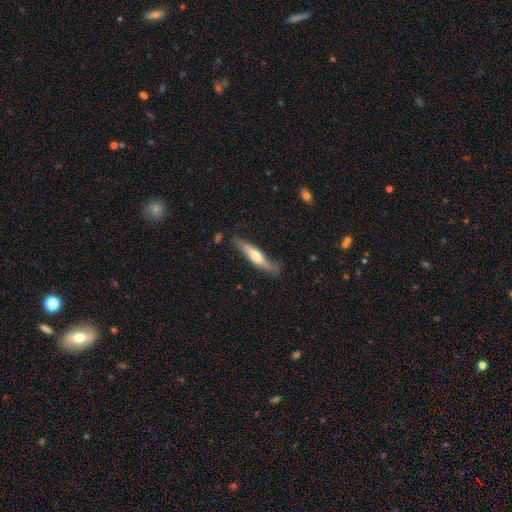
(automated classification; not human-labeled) Smooth or featured? smooth (49%)
Merging? none (65%)